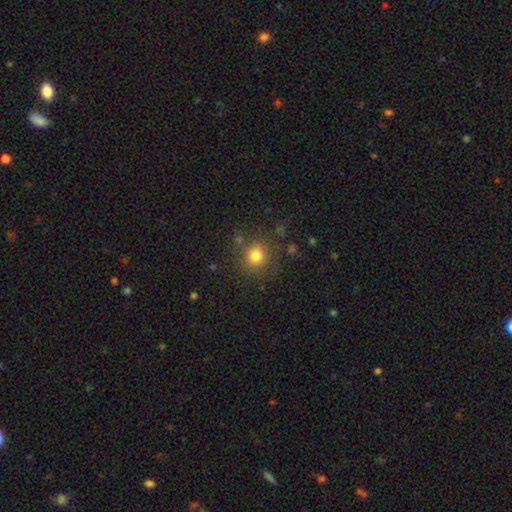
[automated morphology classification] Q: Smooth or featured?
A: smooth (80%); runner-up: star or artifact (14%)
Q: How rounded?
A: round (90%); runner-up: in between (9%)
Q: Merging?
A: none (82%); runner-up: minor disturbance (10%)